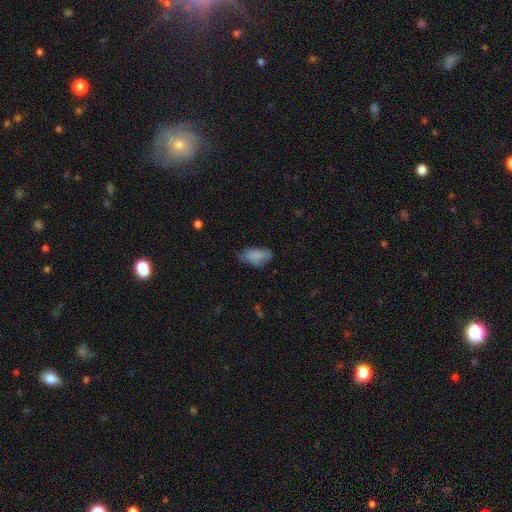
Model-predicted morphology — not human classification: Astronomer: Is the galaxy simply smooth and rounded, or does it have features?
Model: smooth — 81%.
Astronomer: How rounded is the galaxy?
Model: in between — 92%.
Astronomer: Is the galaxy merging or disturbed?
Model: none — 53% (runner-up: minor disturbance, 33%).